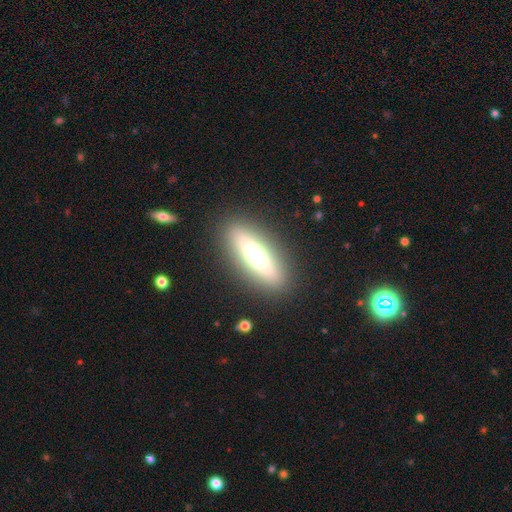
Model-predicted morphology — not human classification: This is possibly a smooth galaxy (47%). Merging: clearly none (88%).